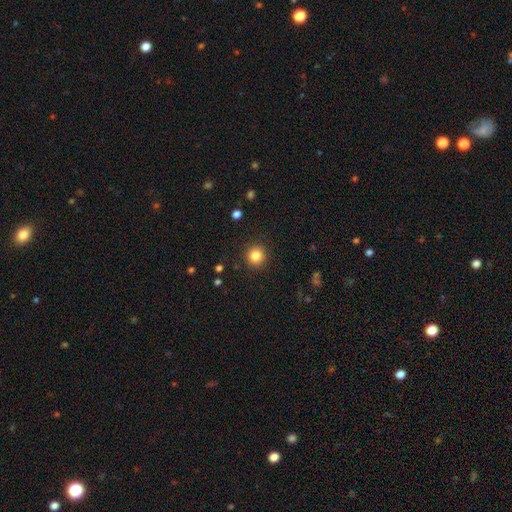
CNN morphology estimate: Smooth or featured?
  - smooth: 83% *
  - star or artifact: 11%
  - featured or disk: 5%
How rounded?
  - round: 93% *
  - in between: 6%
  - cigar-shaped: 1%
Merging?
  - none: 91% *
  - minor disturbance: 6%
  - major disturbance: 2%
  - merger: 1%